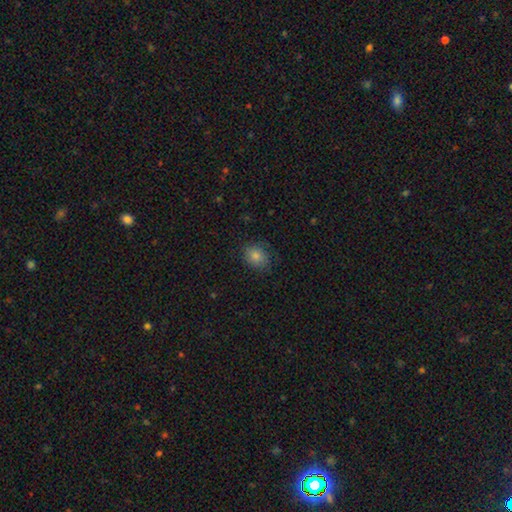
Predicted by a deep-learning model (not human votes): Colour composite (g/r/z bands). It shows a smooth galaxy with no disk features (79%) that is round (62%). Merging: none (81%).